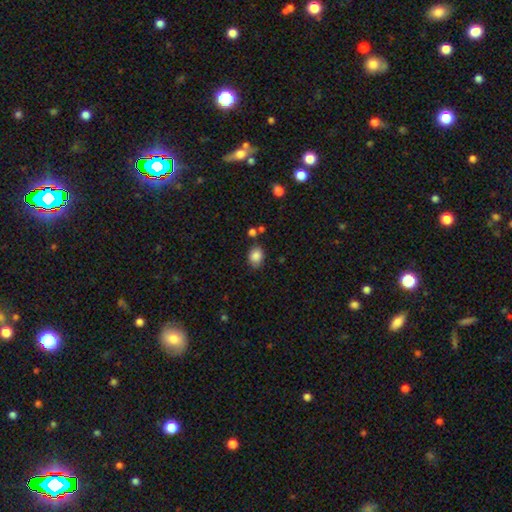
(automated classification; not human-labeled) smooth 87%, star or artifact 9%, featured or disk 4%. Down the decision tree: how rounded — in between (57%); merging — none (76%).